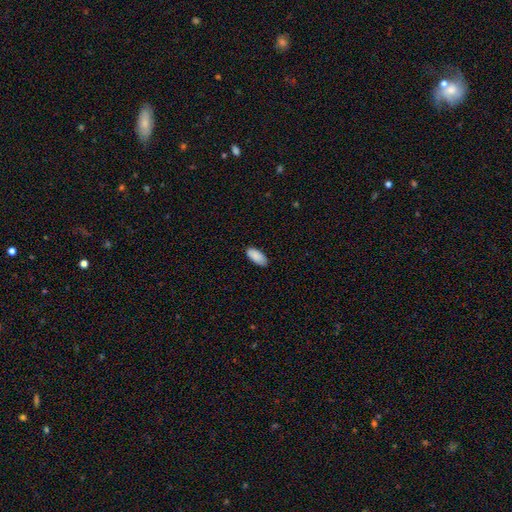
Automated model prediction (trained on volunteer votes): smooth-or-featured: smooth: 89% | star or artifact: 6% | featured or disk: 4%
  how-rounded: in between: 91% | cigar-shaped: 7% | round: 2%
  merging: none: 83% | minor disturbance: 13% | major disturbance: 2% | merger: 1%